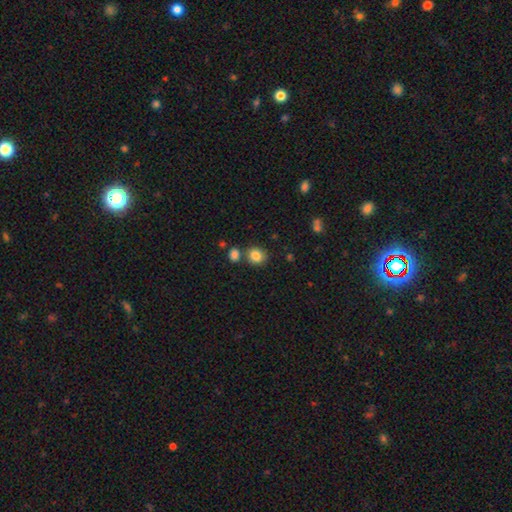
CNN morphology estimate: smooth-or-featured: smooth: 84% | star or artifact: 10% | featured or disk: 6%
  how-rounded: round: 73% | in between: 26% | cigar-shaped: 1%
  merging: none: 72% | merger: 15% | minor disturbance: 10% | major disturbance: 3%